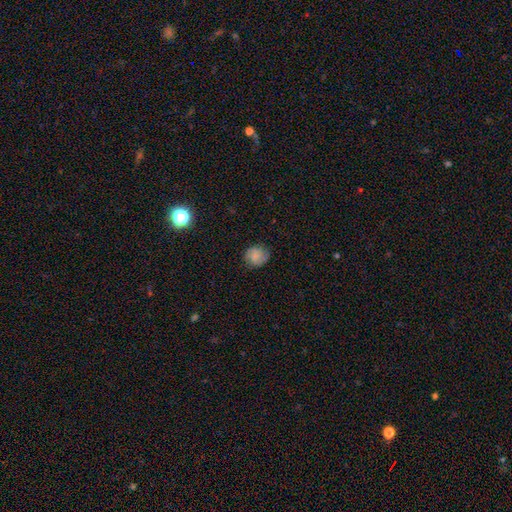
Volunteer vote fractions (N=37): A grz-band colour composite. It shows a smooth galaxy with no disk features (84%) that is round (71%). Merging: none (89%).